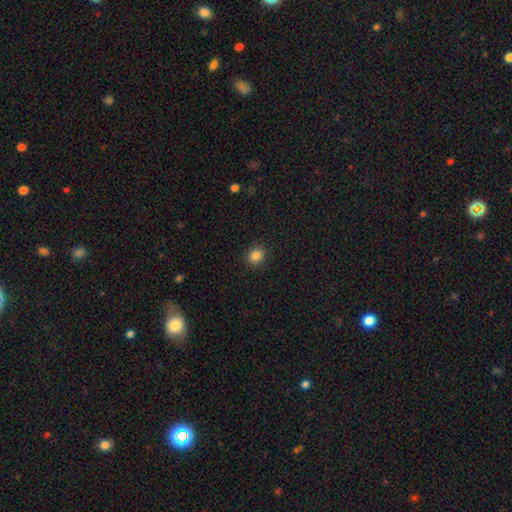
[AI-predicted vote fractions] The model was most divided on "how rounded": round: 83%, in between: 16%, cigar-shaped: 1%. More confident: merging — none (91%); smooth or featured — smooth (84%).